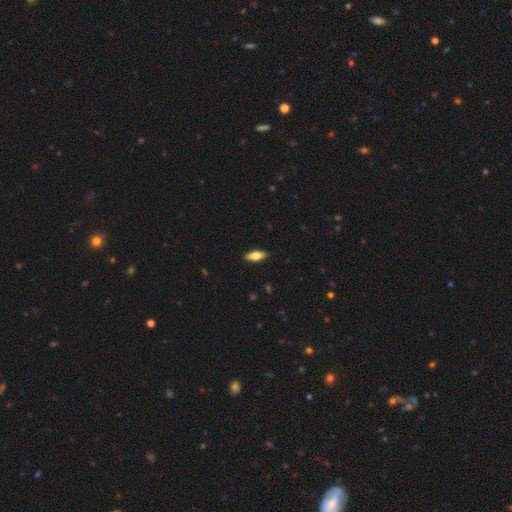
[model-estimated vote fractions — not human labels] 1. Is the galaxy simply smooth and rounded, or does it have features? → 66% smooth, 28% featured or disk, 6% star or artifact.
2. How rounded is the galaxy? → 71% in between, 26% cigar-shaped, 3% round.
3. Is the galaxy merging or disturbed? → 89% none, 8% minor disturbance, 2% major disturbance, 1% merger.